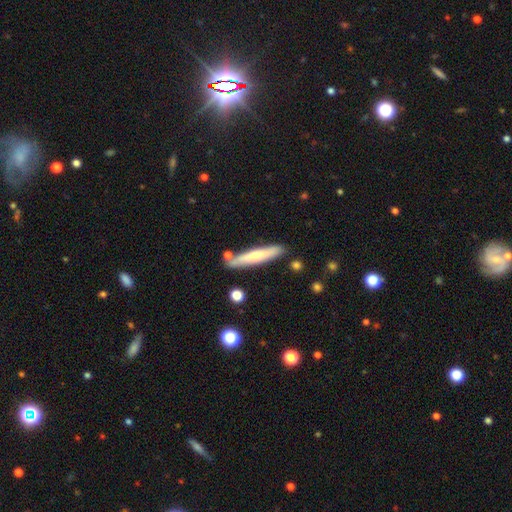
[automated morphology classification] The model was most divided on "smooth or featured": smooth: 59%, featured or disk: 36%, star or artifact: 5%. More confident: how rounded — cigar-shaped (92%); merging — none (80%).